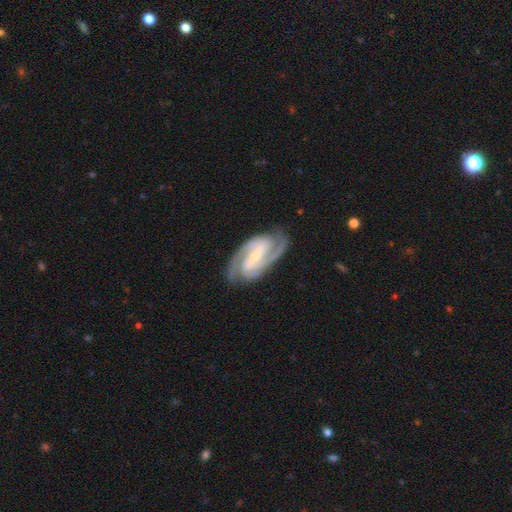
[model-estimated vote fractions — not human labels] Q: Smooth or featured?
A: featured or disk (92%); runner-up: smooth (4%)
Q: Edge-on disk?
A: no (97%); runner-up: yes (3%)
Q: Bar?
A: strong (51%); runner-up: weak (35%)
Q: Spiral arms?
A: yes (98%); runner-up: no (2%)
Q: Spiral winding?
A: medium (48%); runner-up: tight (45%)
Q: Spiral arm count?
A: 2 (75%); runner-up: 3 (15%)
Q: Bulge size?
A: small (67%); runner-up: moderate (26%)
Q: Merging?
A: none (82%); runner-up: minor disturbance (13%)